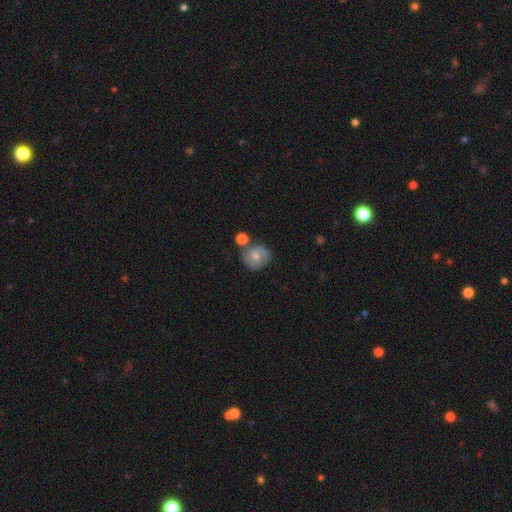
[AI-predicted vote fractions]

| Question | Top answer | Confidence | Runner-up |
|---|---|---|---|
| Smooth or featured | featured or disk | 58% | smooth (35%) |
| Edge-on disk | no | 97% | yes (3%) |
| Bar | no | 59% | weak (35%) |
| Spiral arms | yes | 86% | no (14%) |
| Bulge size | moderate | 56% | small (38%) |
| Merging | none | 65% | merger (16%) |